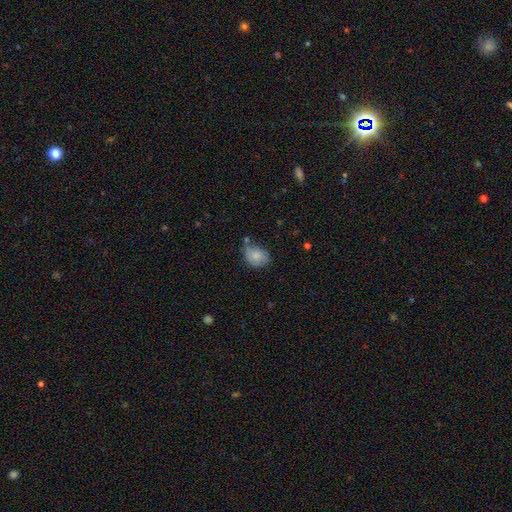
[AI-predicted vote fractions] Q: Smooth or featured?
A: smooth (81%); runner-up: featured or disk (11%)
Q: How rounded?
A: in between (56%); runner-up: round (43%)
Q: Merging?
A: none (53%); runner-up: minor disturbance (30%)